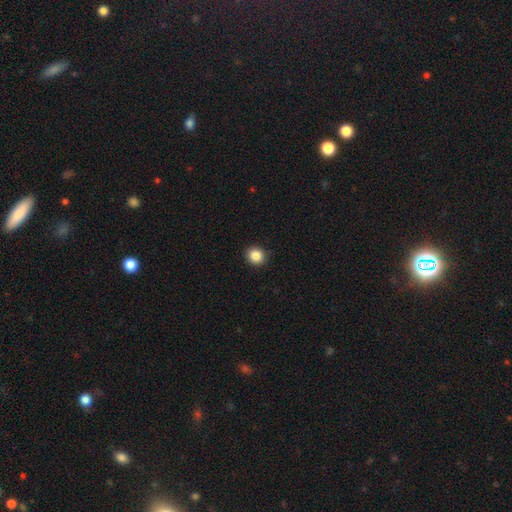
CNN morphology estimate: A smooth galaxy with no disk features (86%) that is round (83%).

Vote fractions:
- Smooth or featured? smooth: 86% / star or artifact: 10% / featured or disk: 4%
- How rounded? round: 83% / in between: 16% / cigar-shaped: 1%
- Merging? none: 91% / minor disturbance: 7% / major disturbance: 2% / merger: 1%